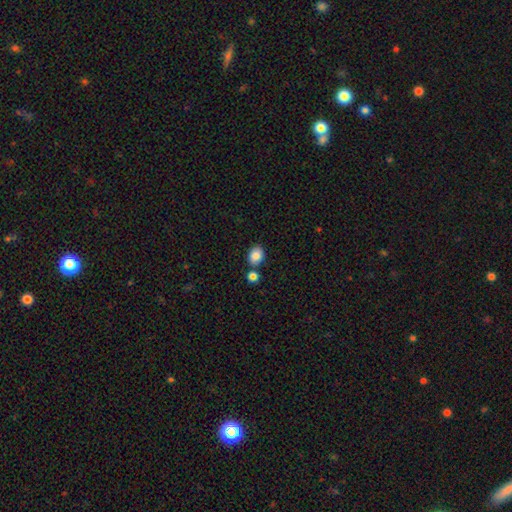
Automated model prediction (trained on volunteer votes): smooth_or_featured: smooth (p=0.86) [alt: star or artifact p=0.08]
how_rounded: in between (p=0.57) [alt: round p=0.42]
merging: none (p=0.72) [alt: merger p=0.15]